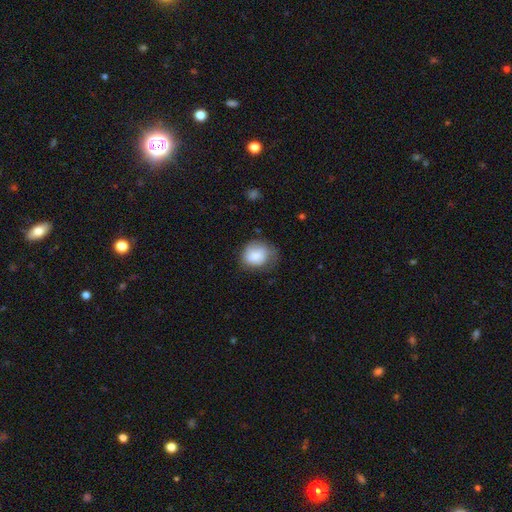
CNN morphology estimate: smooth_or_featured: smooth (p=0.82) [alt: featured or disk p=0.11]
how_rounded: round (p=0.62) [alt: in between p=0.37]
merging: none (p=0.48) [alt: minor disturbance p=0.35]